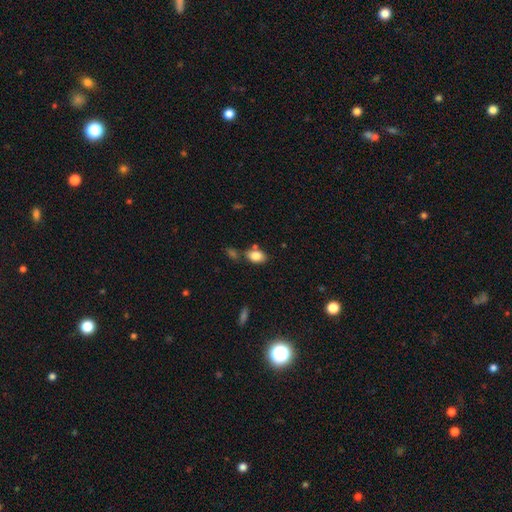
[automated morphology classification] Overall: smooth (84%). How rounded: in between (88%). Merging: none (65%).